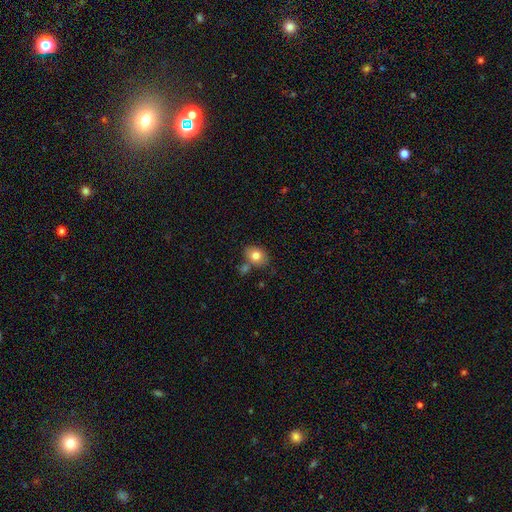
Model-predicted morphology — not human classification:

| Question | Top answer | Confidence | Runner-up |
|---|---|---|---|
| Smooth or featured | smooth | 80% | featured or disk (11%) |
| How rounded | in between | 59% | round (40%) |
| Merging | none | 66% | merger (15%) |